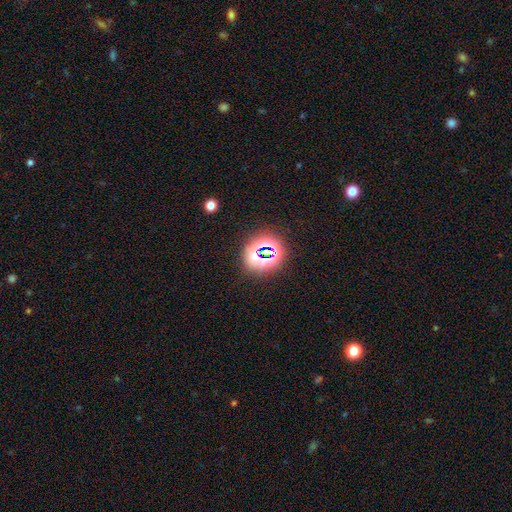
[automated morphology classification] The model was most divided on "smooth or featured": star or artifact: 61%, smooth: 29%, featured or disk: 10%.